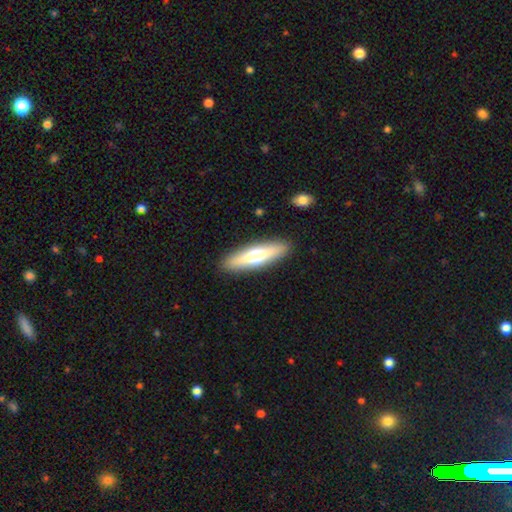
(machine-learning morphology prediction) Smooth or featured: smooth — 57% (featured or disk — 38%)
How rounded: cigar-shaped — 65% (in between — 33%)
Merging: none — 90% (minor disturbance — 7%)